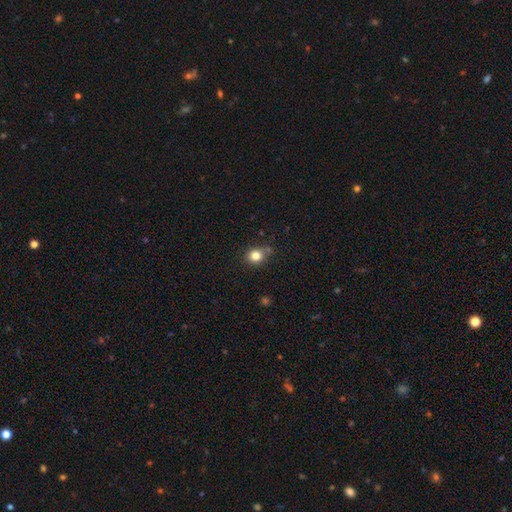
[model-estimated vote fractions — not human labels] Morphology: type=smooth (83%); roundness=round (77%); merging=none (74%).